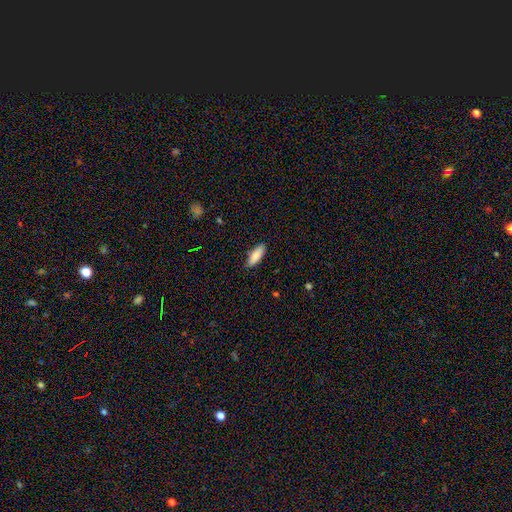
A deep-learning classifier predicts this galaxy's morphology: The model was most divided on "how rounded": in between: 62%, cigar-shaped: 36%, round: 2%. More confident: merging — none (86%); smooth or featured — smooth (85%).